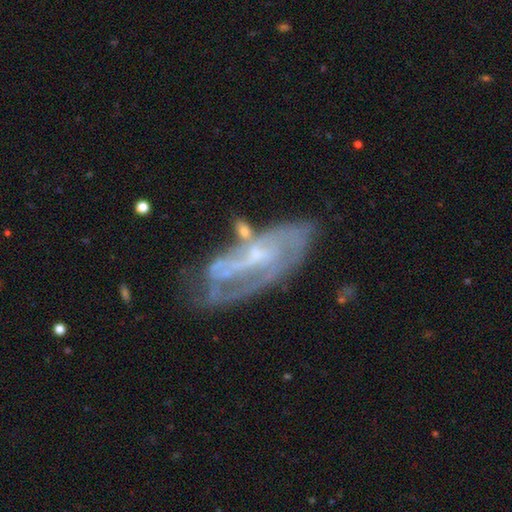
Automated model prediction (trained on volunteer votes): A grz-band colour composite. It shows a featured or disk galaxy (78%) with no bar (48%), tight (39%, tied with medium) spiral arms (74%) and a small central bulge (65%). Merging: none (42%).